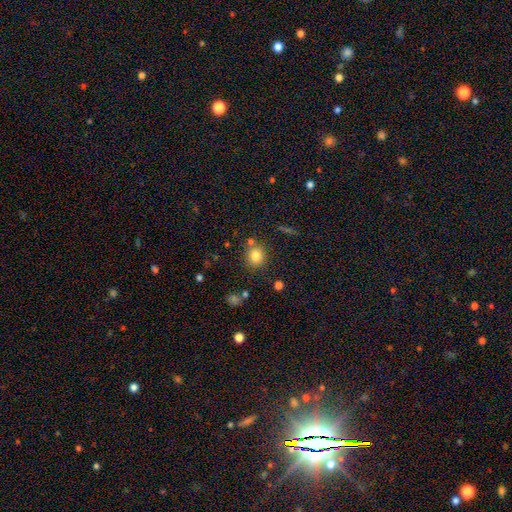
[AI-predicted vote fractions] A smooth galaxy with no disk features (80%) that is round (81%).

Vote fractions:
- Smooth or featured? smooth: 80% / star or artifact: 12% / featured or disk: 8%
- How rounded? round: 81% / in between: 18% / cigar-shaped: 1%
- Merging? none: 78% / minor disturbance: 10% / merger: 9% / major disturbance: 3%